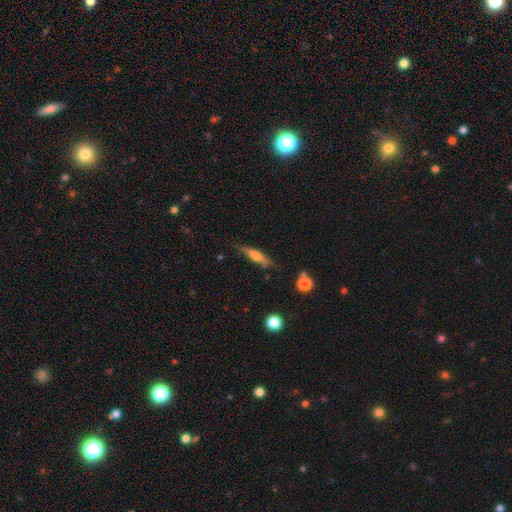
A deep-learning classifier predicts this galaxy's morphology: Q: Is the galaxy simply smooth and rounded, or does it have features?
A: smooth — 59%.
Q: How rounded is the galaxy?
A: cigar-shaped — 75%.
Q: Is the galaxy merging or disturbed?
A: none — 70%.